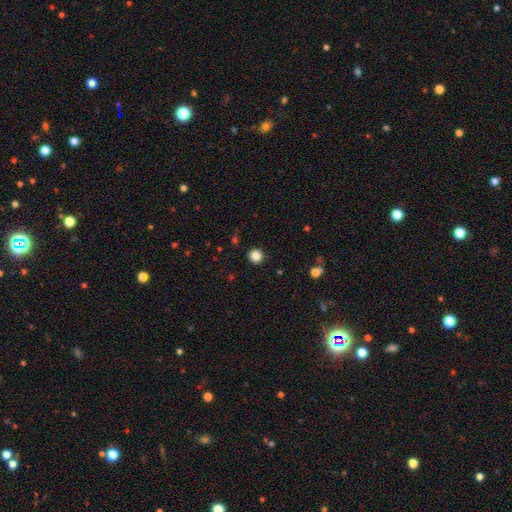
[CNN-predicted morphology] A smooth galaxy with no disk features (84%) that is round (94%).

Vote fractions:
- Smooth or featured? smooth: 84% / star or artifact: 12% / featured or disk: 4%
- How rounded? round: 94% / in between: 5% / cigar-shaped: 1%
- Merging? none: 92% / minor disturbance: 5% / major disturbance: 2% / merger: 1%